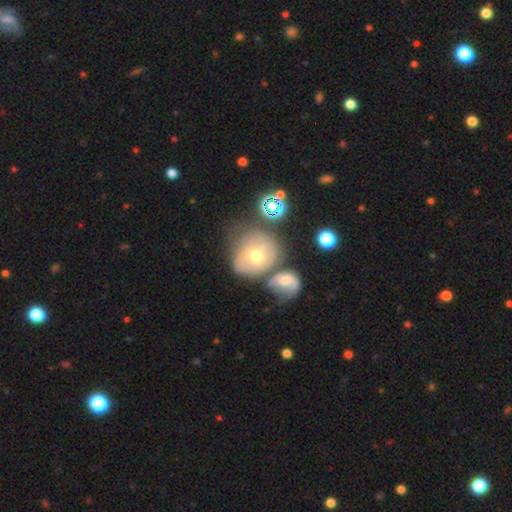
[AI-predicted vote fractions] Smooth or featured? Predicted: smooth (p=0.52). How rounded? Predicted: round (p=0.76). Merging? Predicted: none (p=0.38).